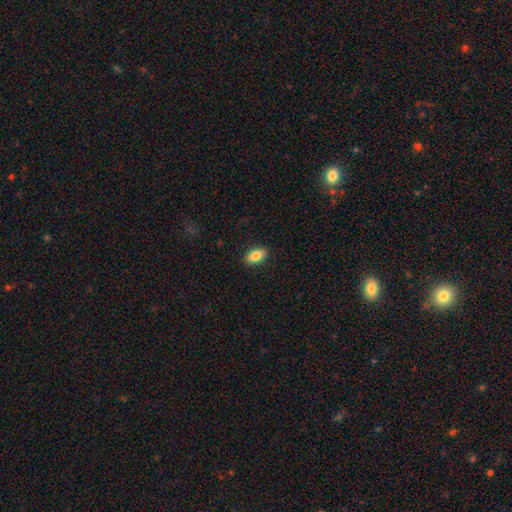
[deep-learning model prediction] Q: Smooth or featured?
A: smooth (84%); runner-up: featured or disk (8%)
Q: How rounded?
A: in between (91%); runner-up: round (5%)
Q: Merging?
A: none (90%); runner-up: minor disturbance (7%)